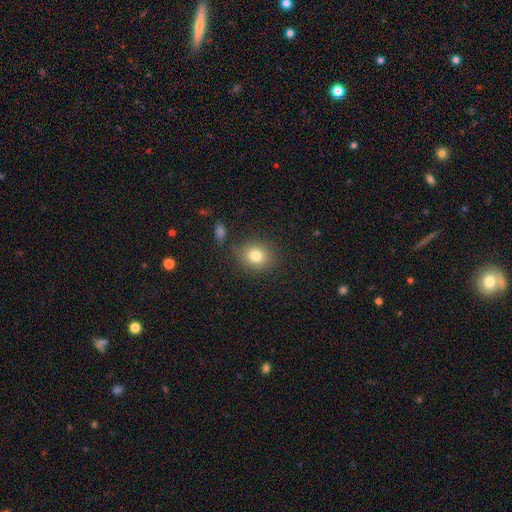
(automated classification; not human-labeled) Q: Smooth or featured?
A: smooth (81%); runner-up: star or artifact (11%)
Q: How rounded?
A: round (67%); runner-up: in between (32%)
Q: Merging?
A: none (83%); runner-up: minor disturbance (11%)